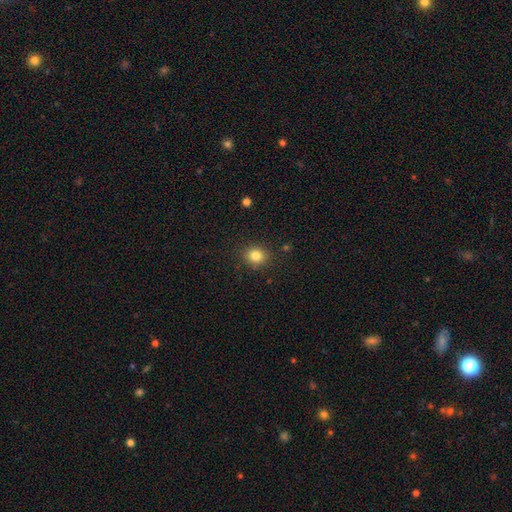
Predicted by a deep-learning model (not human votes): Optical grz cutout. It shows a smooth galaxy with no disk features (82%) that is round (76%). Merging: none (88%).